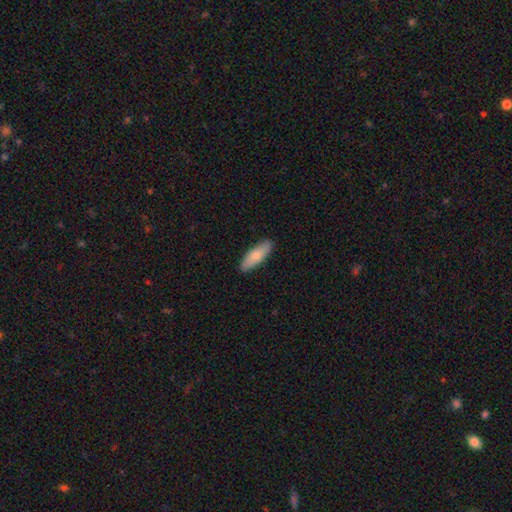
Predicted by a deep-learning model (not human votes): smooth 79%, featured or disk 15%, star or artifact 5%. Down the decision tree: how rounded — in between (55%); merging — none (89%).